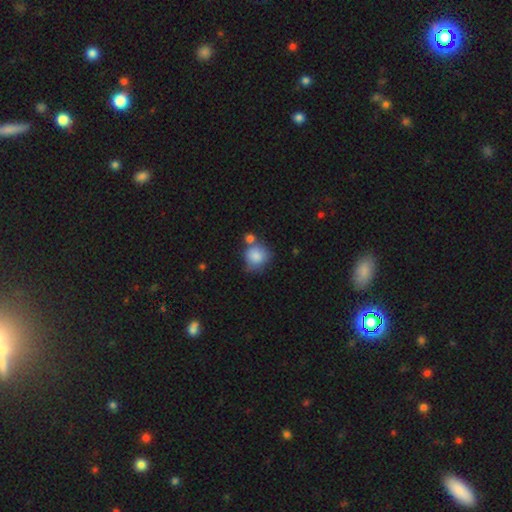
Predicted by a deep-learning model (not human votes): Smooth or featured? smooth (84%)
How rounded? round (83%)
Merging? none (51%)